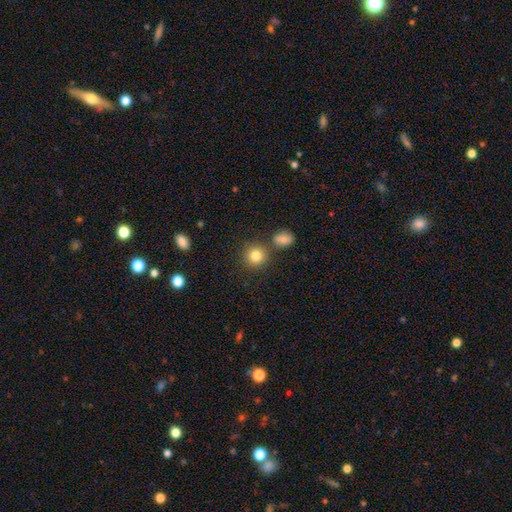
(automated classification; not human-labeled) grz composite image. It shows a smooth galaxy with no disk features (83%) that is round (90%). Merging: none (76%).